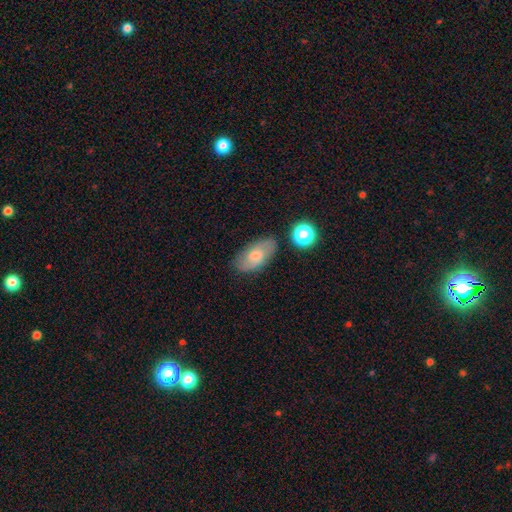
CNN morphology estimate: Overall: smooth (57%; featured or disk 34%). How rounded: in between (91%). Merging: none (78%).